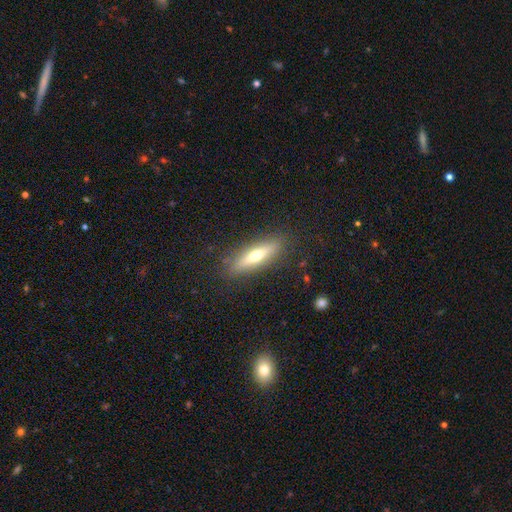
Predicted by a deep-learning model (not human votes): Smooth or featured? featured or disk (48%)
Merging? none (87%)